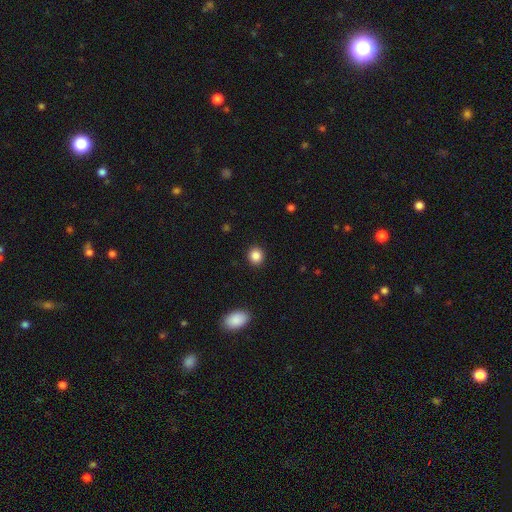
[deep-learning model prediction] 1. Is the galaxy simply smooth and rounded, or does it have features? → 86% smooth, 10% star or artifact, 4% featured or disk.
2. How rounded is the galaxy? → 84% round, 15% in between, 1% cigar-shaped.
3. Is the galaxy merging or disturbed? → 92% none, 5% minor disturbance, 2% major disturbance, 1% merger.